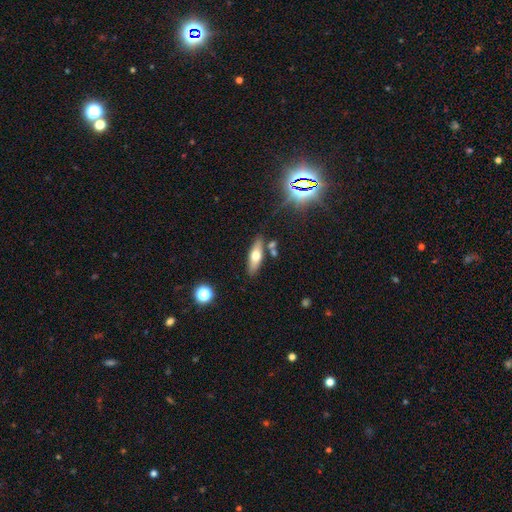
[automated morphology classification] Smooth or featured? smooth (57%)
How rounded? in between (54%)
Merging? none (78%)